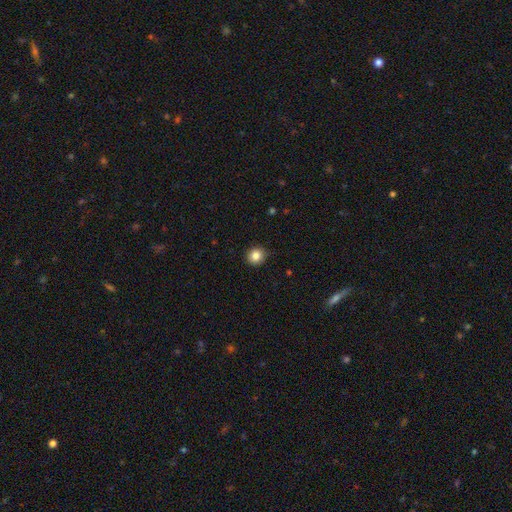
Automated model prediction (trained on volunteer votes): This is clearly a smooth galaxy (85%). How rounded: clearly round (90%). Merging: clearly none (90%).